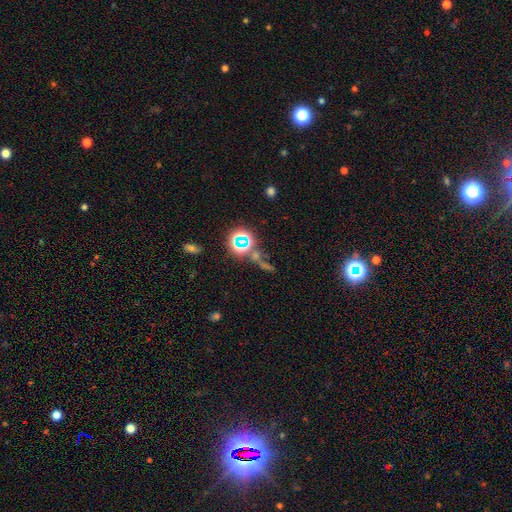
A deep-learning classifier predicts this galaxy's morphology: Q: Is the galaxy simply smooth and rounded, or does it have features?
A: star or artifact — 61%.